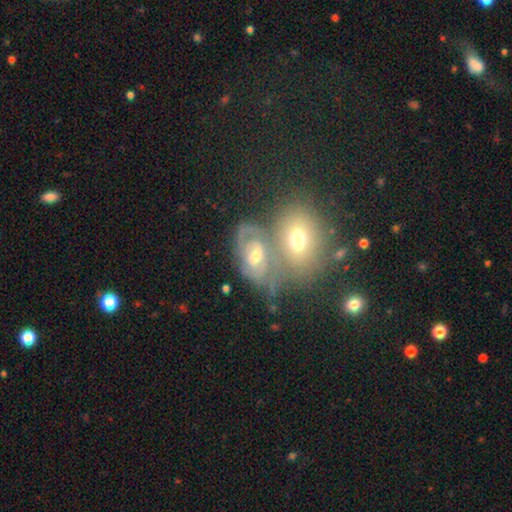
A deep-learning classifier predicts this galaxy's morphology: smooth_or_featured: featured or disk (p=0.62) [alt: smooth p=0.25]
disk_edge_on: no (p=0.94) [alt: yes p=0.06]
bar: no (p=0.63) [alt: weak p=0.29]
has_spiral_arms: yes (p=0.74) [alt: no p=0.26]
bulge_size: moderate (p=0.61) [alt: small p=0.30]
merging: none (p=0.41) [alt: merger p=0.38]